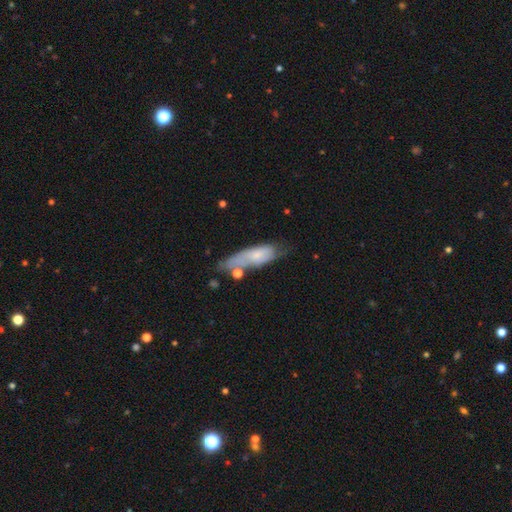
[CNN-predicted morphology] Smooth or featured?
  - smooth: 60% *
  - featured or disk: 33%
  - star or artifact: 7%
How rounded?
  - in between: 51% *
  - cigar-shaped: 46%
  - round: 2%
Merging?
  - none: 45% *
  - minor disturbance: 32%
  - major disturbance: 13%
  - merger: 10%